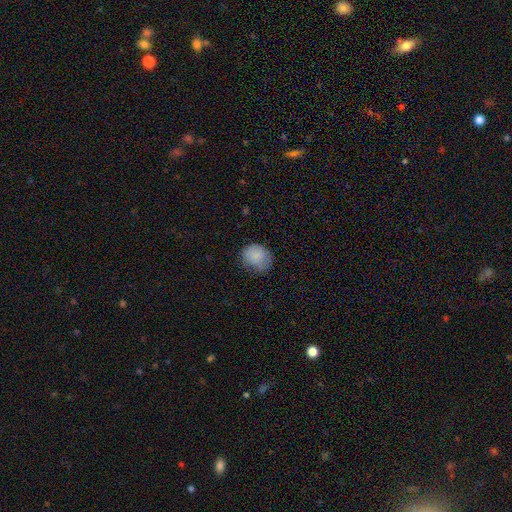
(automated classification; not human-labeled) Smooth or featured? smooth (84%)
How rounded? round (69%)
Merging? none (61%)